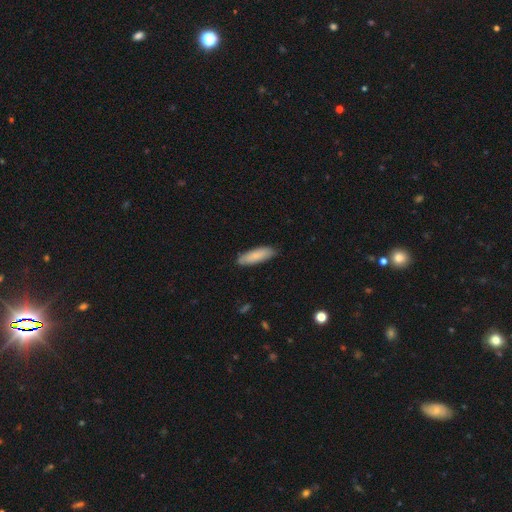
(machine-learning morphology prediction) This appears to be a smooth galaxy with no disk features (84%) that is cigar-shaped (51%). Merging: none (85%).